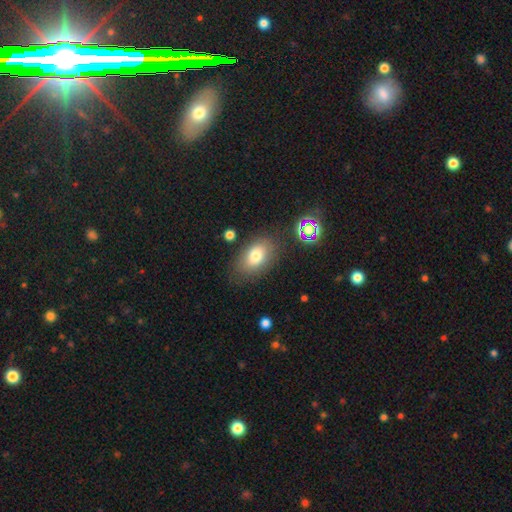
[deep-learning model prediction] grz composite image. It shows a smooth galaxy with no disk features (76%) that is in between round and cigar-shaped (85%). Merging: none (77%).